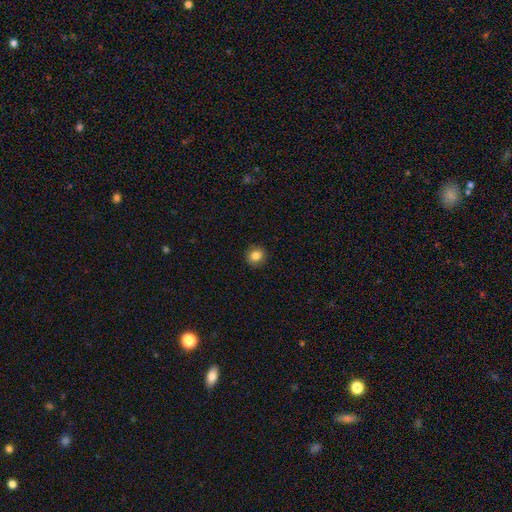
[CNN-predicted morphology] This is clearly a smooth galaxy (84%). How rounded: clearly round (83%). Merging: clearly none (91%).